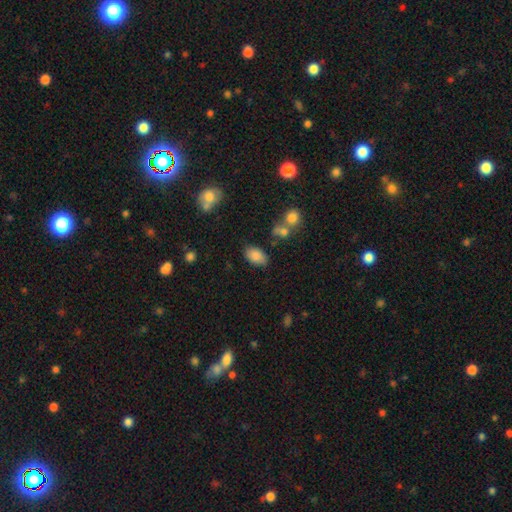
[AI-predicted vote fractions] Smooth or featured: smooth — 85% (star or artifact — 8%)
How rounded: in between — 91% (round — 7%)
Merging: none — 76% (minor disturbance — 15%)